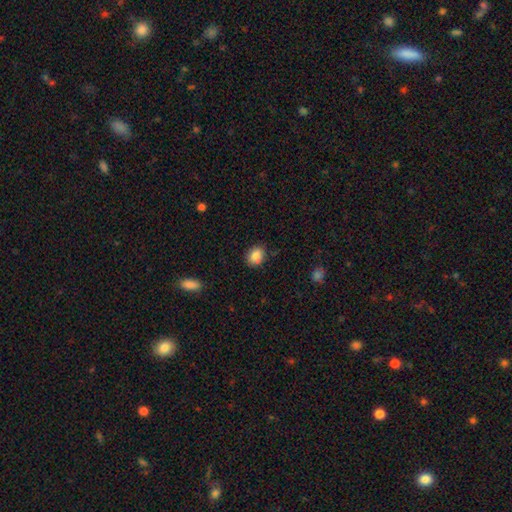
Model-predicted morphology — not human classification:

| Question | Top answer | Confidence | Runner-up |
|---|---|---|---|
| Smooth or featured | smooth | 86% | star or artifact (9%) |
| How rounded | round | 54% | in between (45%) |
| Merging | none | 83% | minor disturbance (13%) |